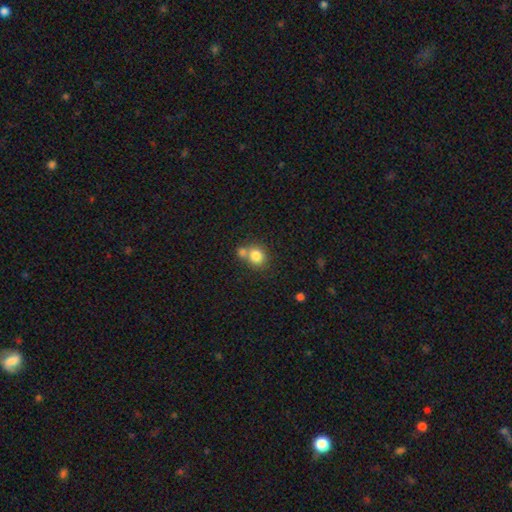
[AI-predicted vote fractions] smooth 81%, star or artifact 10%, featured or disk 9%. Down the decision tree: how rounded — round (81%); merging — none (48%).